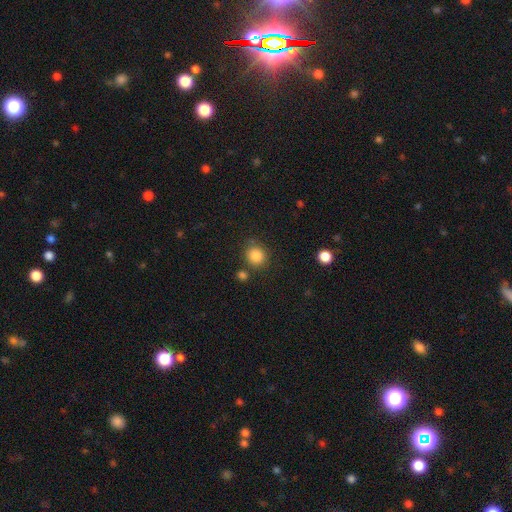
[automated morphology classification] This is clearly a smooth galaxy (86%). How rounded: clearly round (81%). Merging: likely none (77%).